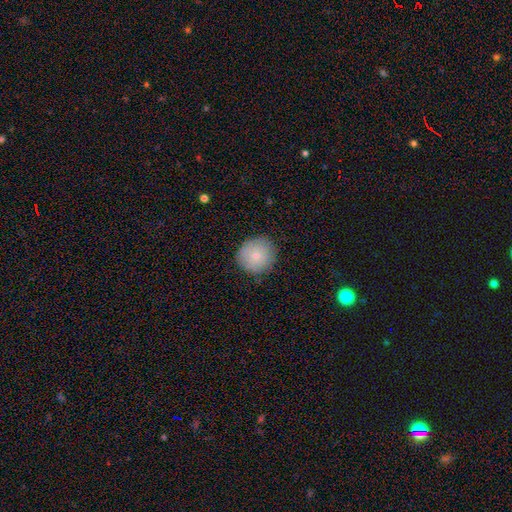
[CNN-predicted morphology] smooth_or_featured: smooth (p=0.80) [alt: featured or disk p=0.12]
how_rounded: round (p=0.93) [alt: in between p=0.06]
merging: none (p=0.86) [alt: minor disturbance p=0.10]